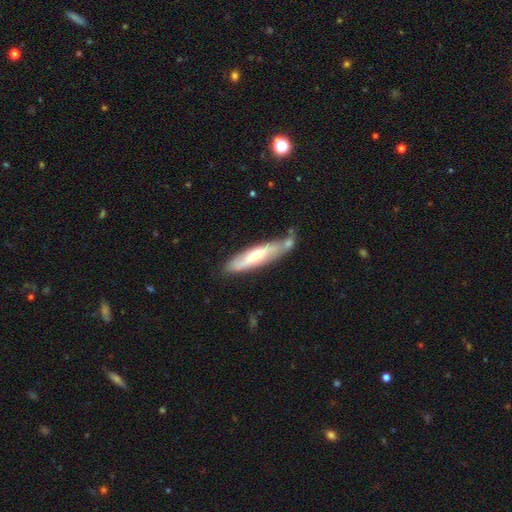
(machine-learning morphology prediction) The model was most divided on "smooth or featured": smooth: 48%, featured or disk: 46%, star or artifact: 5%. More confident: merging — none (57%).